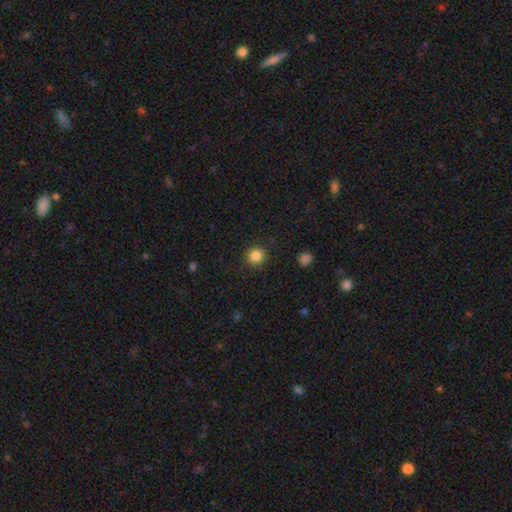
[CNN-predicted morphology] A smooth galaxy with no disk features (85%) that is round (93%). Merging: none (90%).